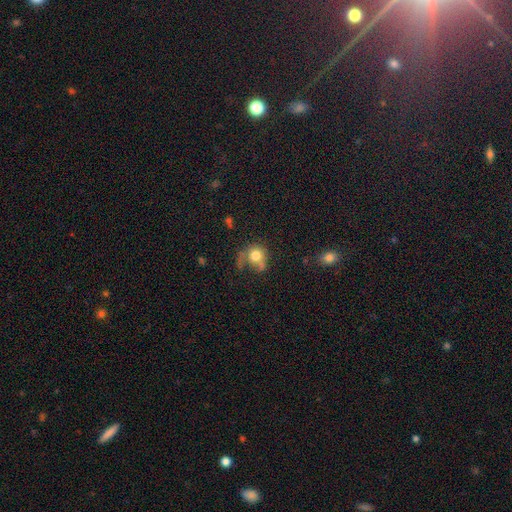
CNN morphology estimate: This is likely a smooth galaxy (72%). How rounded: likely round (76%). Merging: marginally none (35%).